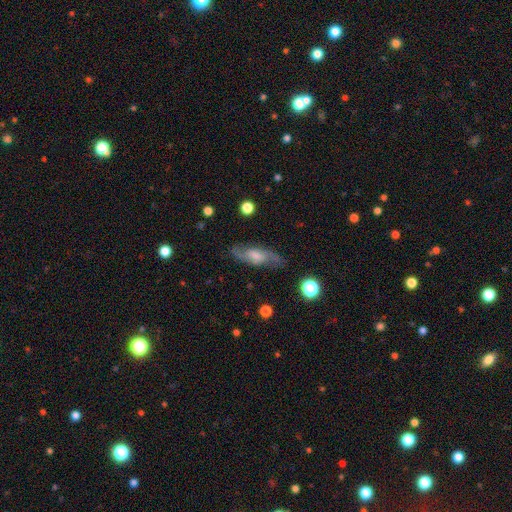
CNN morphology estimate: A featured or disk galaxy (62%). Merging: none (79%).